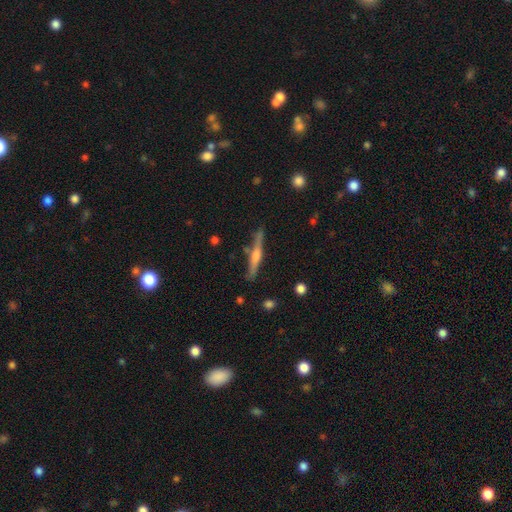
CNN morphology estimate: Smooth or featured? featured or disk (74%)
Edge-on disk? yes (98%)
Edge-on bulge? rounded (82%)
Merging? none (86%)